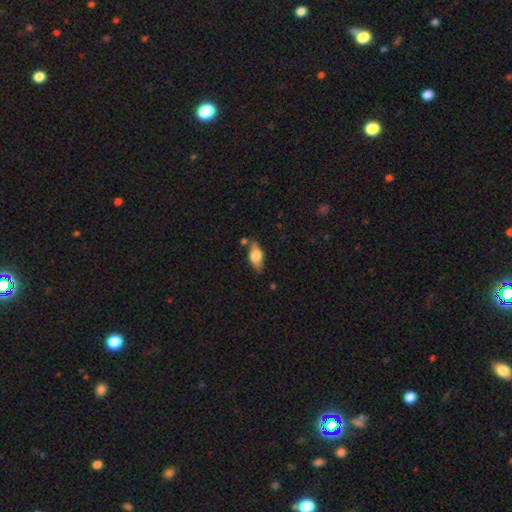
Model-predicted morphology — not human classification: Smooth or featured? Predicted: smooth (p=0.69). How rounded? Predicted: in between (p=0.83). Merging? Predicted: none (p=0.68).